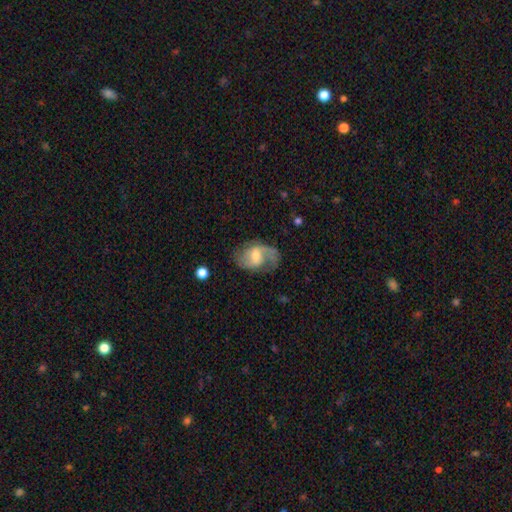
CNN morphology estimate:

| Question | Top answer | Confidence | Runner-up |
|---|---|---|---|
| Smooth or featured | featured or disk | 70% | smooth (24%) |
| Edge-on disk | no | 97% | yes (3%) |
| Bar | weak | 52% | no (35%) |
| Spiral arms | yes | 89% | no (11%) |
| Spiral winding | medium | 45% | loose (39%) |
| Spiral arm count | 2 | 72% | 1 (16%) |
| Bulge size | moderate | 54% | small (30%) |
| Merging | none | 56% | minor disturbance (24%) |